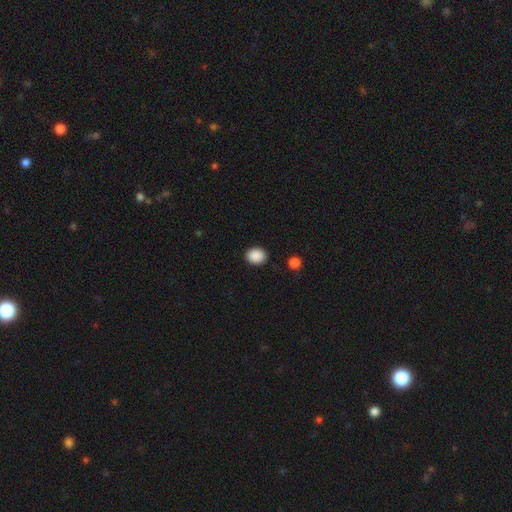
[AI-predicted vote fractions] Morphology: type=smooth (89%); roundness=round (50%, tied with in between); merging=none (90%).